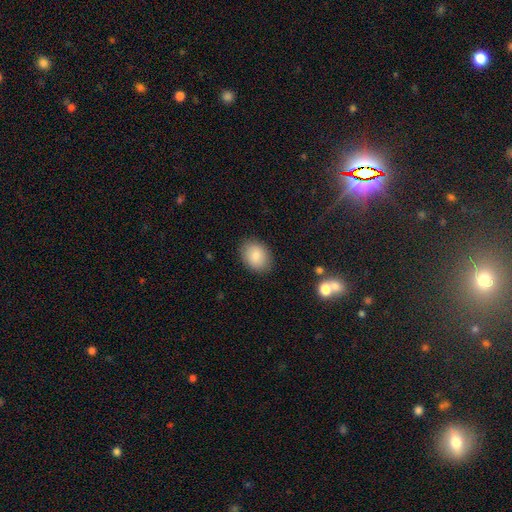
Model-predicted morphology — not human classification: Smooth or featured? Predicted: smooth (p=0.85). How rounded? Predicted: in between (p=0.69). Merging? Predicted: none (p=0.87).